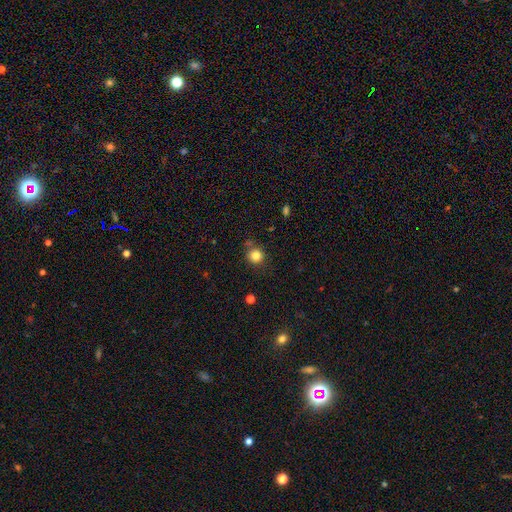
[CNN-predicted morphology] Smooth or featured: smooth — 83% (star or artifact — 12%)
How rounded: round — 91% (in between — 8%)
Merging: none — 78% (minor disturbance — 12%)